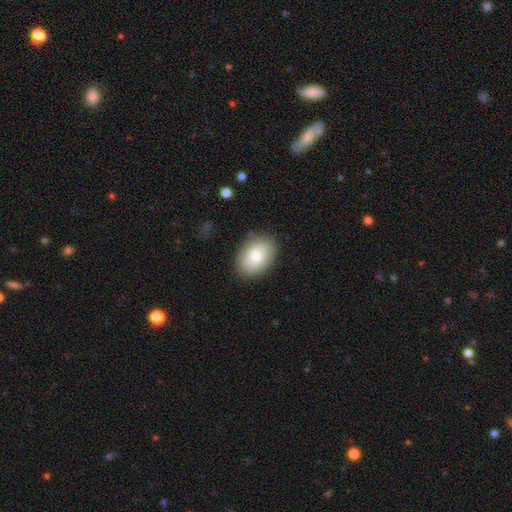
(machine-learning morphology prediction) Smooth or featured? Predicted: smooth (p=0.79). How rounded? Predicted: in between (p=0.82). Merging? Predicted: none (p=0.83).